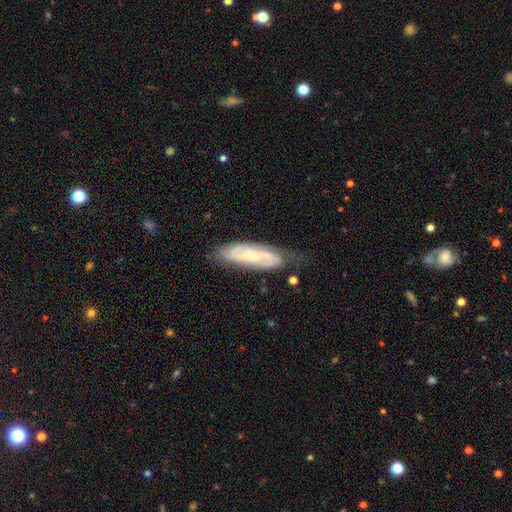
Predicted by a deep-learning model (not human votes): Q: Smooth or featured?
A: featured or disk (71%); runner-up: smooth (22%)
Q: Edge-on disk?
A: no (79%); runner-up: yes (21%)
Q: Bar?
A: no (42%); runner-up: weak (37%)
Q: Spiral arms?
A: yes (88%); runner-up: no (12%)
Q: Bulge size?
A: small (66%); runner-up: moderate (28%)
Q: Merging?
A: none (68%); runner-up: minor disturbance (24%)